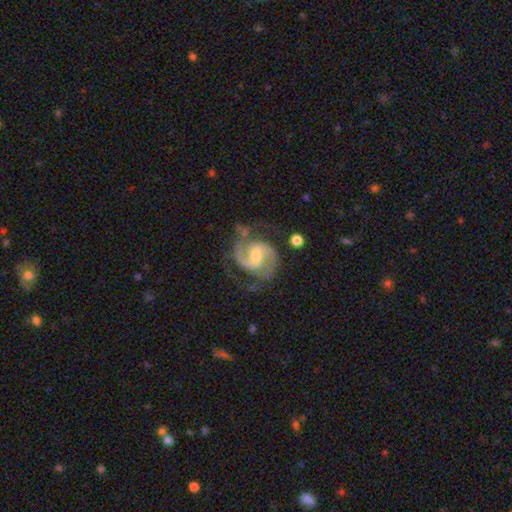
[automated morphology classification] A featured or disk galaxy (92%) with a weak bar (55%), 2 (91%) medium (62%) spiral arms (98%) and a small central bulge (47%).

Vote fractions:
- Smooth or featured? featured or disk: 92% / star or artifact: 4% / smooth: 4%
- Edge-on disk? no: 98% / yes: 2%
- Bar? weak: 55% / no: 24% / strong: 20%
- Spiral arms? yes: 98% / no: 2%
- Spiral winding? medium: 62% / tight: 25% / loose: 13%
- Spiral arm count? 2: 91% / 3: 3% / can't tell: 2% / 1: 2% / 4: 1% / more than 4: 1%
- Bulge size? small: 47% / moderate: 45% / none: 4% / large: 3% / dominant: 1%
- Merging? none: 71% / minor disturbance: 18% / major disturbance: 8% / merger: 2%